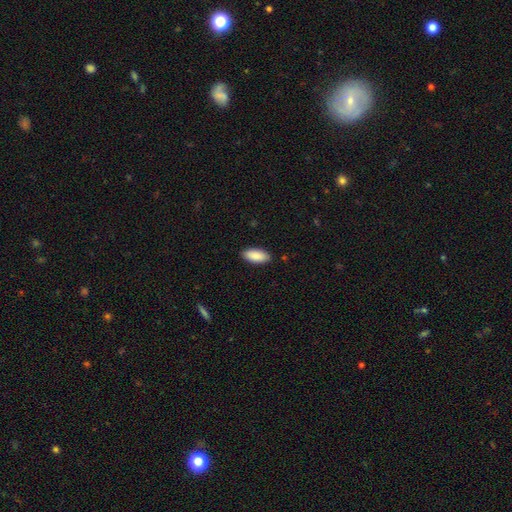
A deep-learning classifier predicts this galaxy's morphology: smooth 90%, star or artifact 6%, featured or disk 5%. Down the decision tree: how rounded — in between (88%); merging — none (89%).